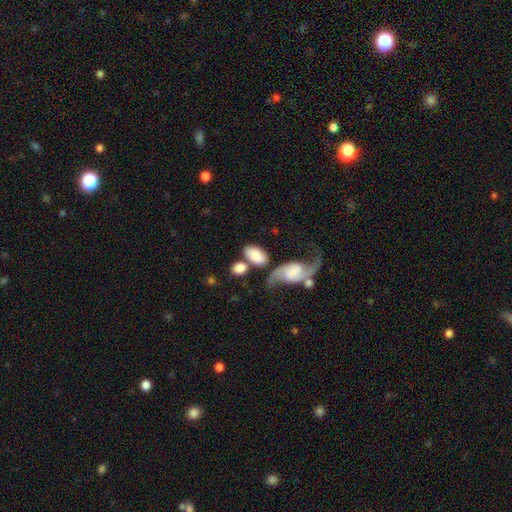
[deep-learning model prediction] smooth-or-featured: smooth: 72% | featured or disk: 22% | star or artifact: 6%
  how-rounded: in between: 90% | round: 7% | cigar-shaped: 2%
  merging: none: 46% | merger: 27% | minor disturbance: 17% | major disturbance: 10%